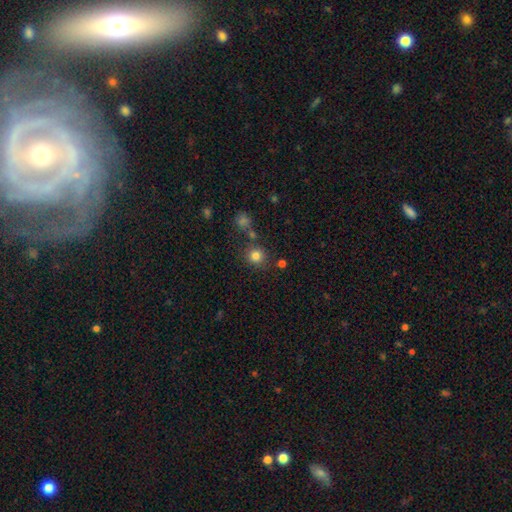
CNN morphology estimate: smooth-or-featured: smooth: 80% | star or artifact: 14% | featured or disk: 6%
  how-rounded: round: 91% | in between: 8% | cigar-shaped: 1%
  merging: none: 80% | minor disturbance: 9% | merger: 8% | major disturbance: 3%